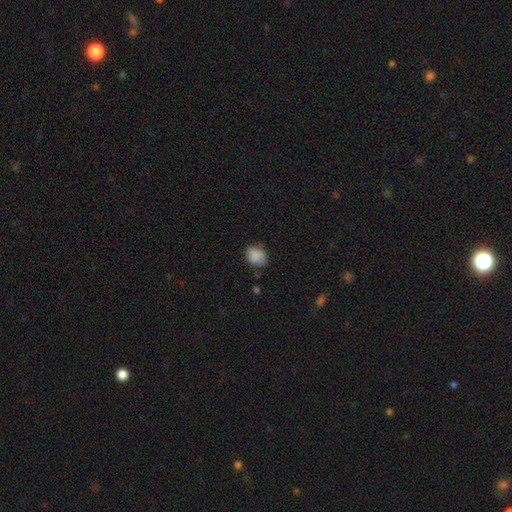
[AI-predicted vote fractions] This appears to be a smooth galaxy with no disk features (84%) that is round (62%). Merging: none (67%).